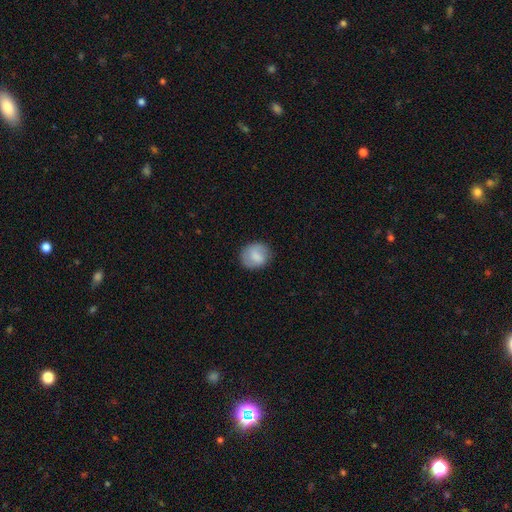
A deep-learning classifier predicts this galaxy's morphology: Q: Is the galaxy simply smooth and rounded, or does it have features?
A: smooth — 72%.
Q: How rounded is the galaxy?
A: round — 72%.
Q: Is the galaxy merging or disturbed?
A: none — 79%.